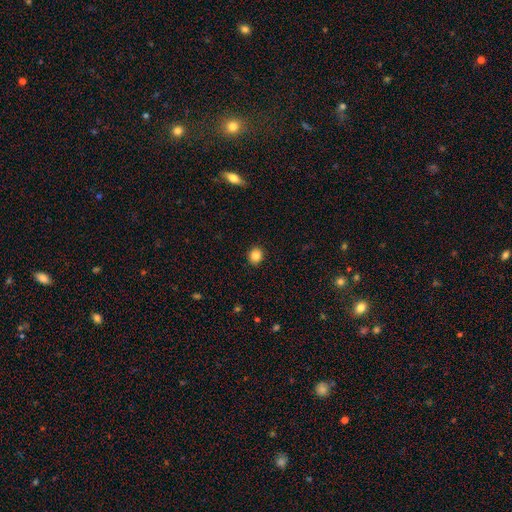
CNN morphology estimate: The model was most divided on "how rounded": round: 81%, in between: 18%, cigar-shaped: 1%. More confident: merging — none (92%); smooth or featured — smooth (84%).